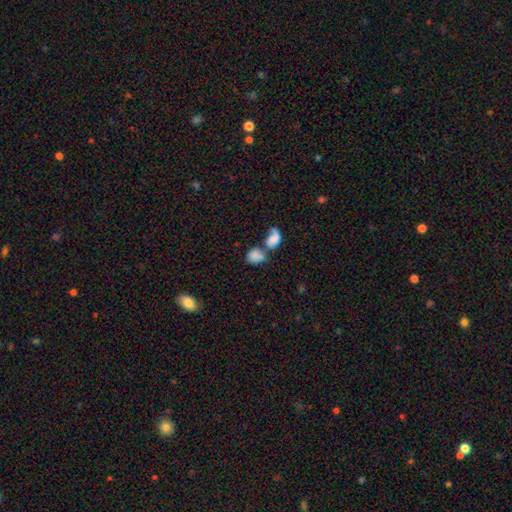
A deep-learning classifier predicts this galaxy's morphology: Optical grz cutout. It shows a smooth galaxy with no disk features (76%) that is in between round and cigar-shaped (70%). Merging: merger (66%).